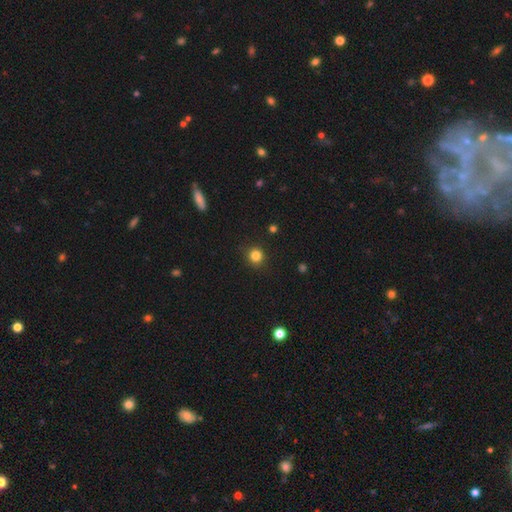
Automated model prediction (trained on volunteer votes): Smooth or featured? Predicted: smooth (p=0.84). How rounded? Predicted: round (p=0.92). Merging? Predicted: none (p=0.90).